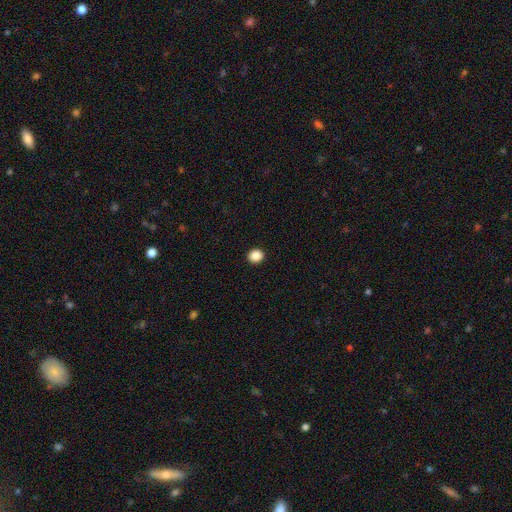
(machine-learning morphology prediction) This appears to be a smooth galaxy with no disk features (88%) that is round (83%). Merging: none (93%).